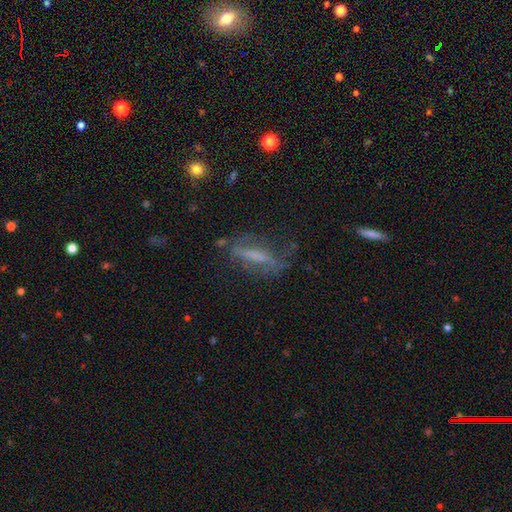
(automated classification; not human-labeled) Smooth or featured? Predicted: featured or disk (p=0.52). Edge-on disk? Predicted: no (p=0.59). Merging? Predicted: none (p=0.53).